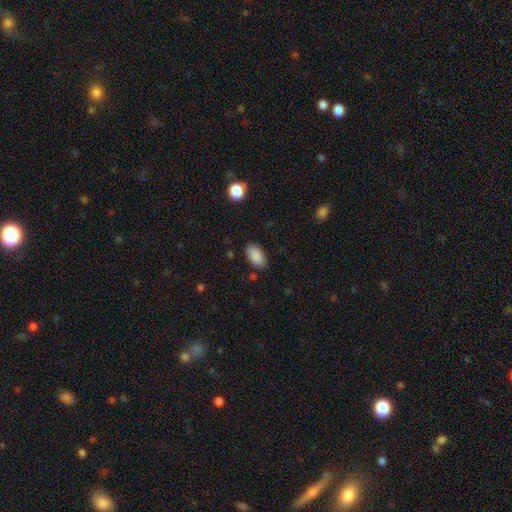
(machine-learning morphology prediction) A smooth galaxy with no disk features (88%) that is in between round and cigar-shaped (94%).

Vote fractions:
- Smooth or featured? smooth: 88% / star or artifact: 7% / featured or disk: 5%
- How rounded? in between: 94% / round: 5% / cigar-shaped: 2%
- Merging? none: 84% / minor disturbance: 11% / major disturbance: 3% / merger: 2%